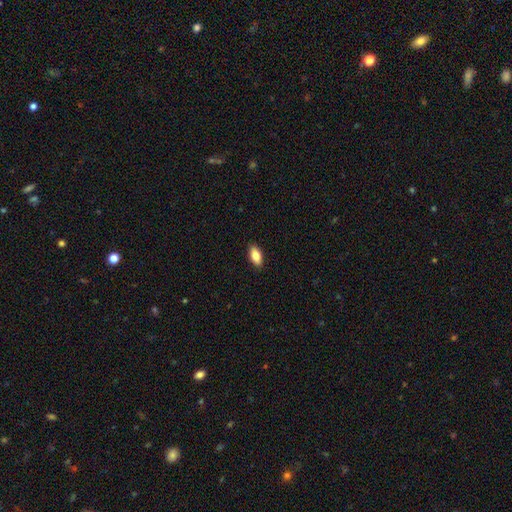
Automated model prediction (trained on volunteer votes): The model was most divided on "smooth or featured": smooth: 83%, featured or disk: 11%, star or artifact: 7%. More confident: merging — none (89%); how rounded — in between (89%).